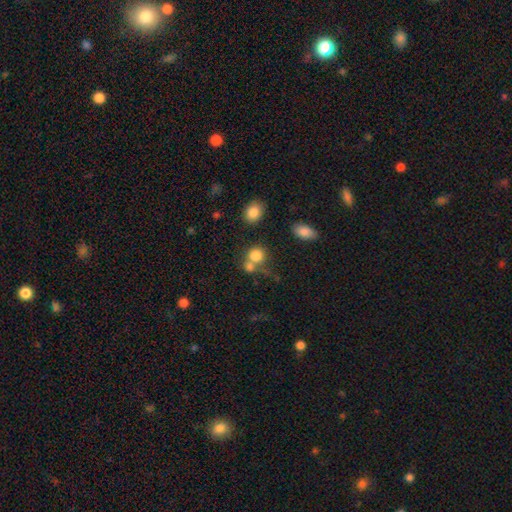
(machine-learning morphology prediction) This is clearly a smooth galaxy (80%). How rounded: clearly round (83%). Merging: marginally none (43%).